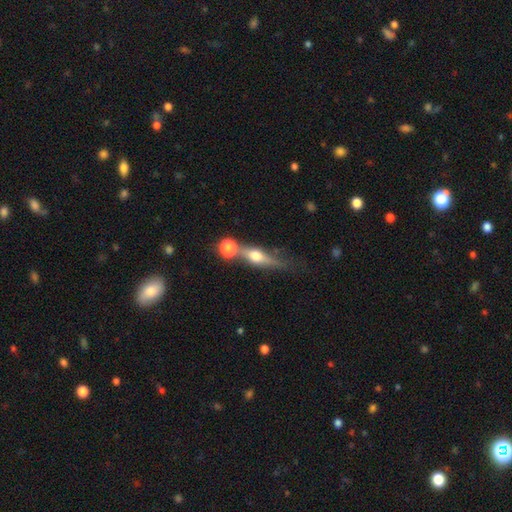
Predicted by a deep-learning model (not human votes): featured or disk 56%, smooth 35%, star or artifact 9%. Down the decision tree: edge-on disk — yes (87%); merging — none (52%).